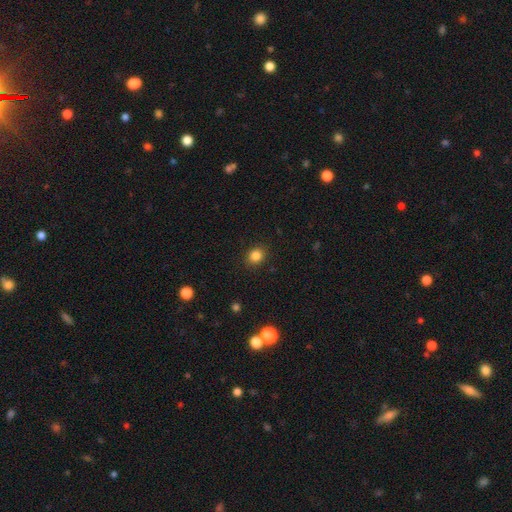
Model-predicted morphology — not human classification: Smooth or featured?
  - smooth: 84% *
  - star or artifact: 11%
  - featured or disk: 4%
How rounded?
  - round: 69% *
  - in between: 30%
  - cigar-shaped: 1%
Merging?
  - none: 89% *
  - minor disturbance: 8%
  - major disturbance: 2%
  - merger: 1%